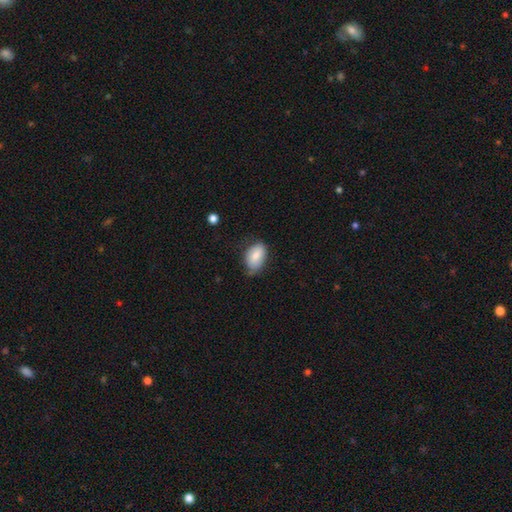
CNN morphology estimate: This is likely a smooth galaxy (79%). How rounded: clearly in between (90%). Merging: possibly none (59%).